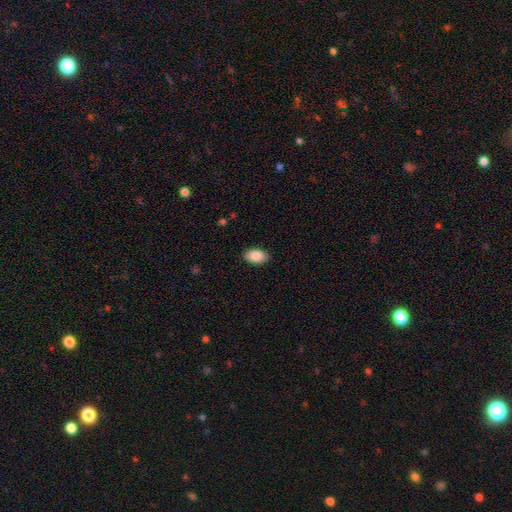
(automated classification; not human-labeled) Smooth or featured? Predicted: smooth (p=0.88). How rounded? Predicted: in between (p=0.92). Merging? Predicted: none (p=0.89).